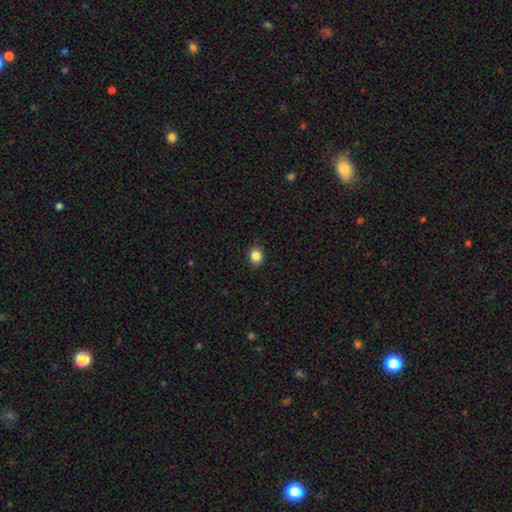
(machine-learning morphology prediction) A smooth galaxy with no disk features (85%) that is round (61%). Merging: none (88%).